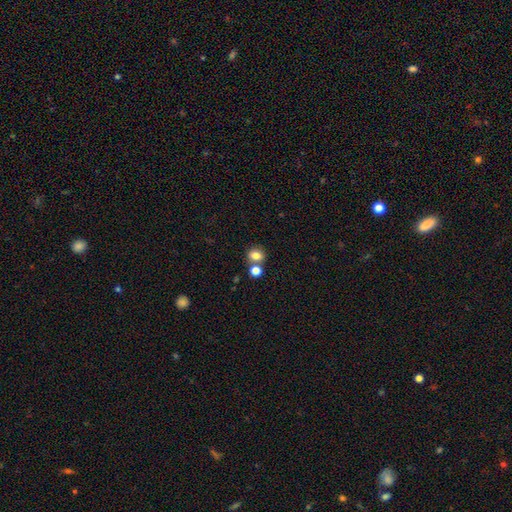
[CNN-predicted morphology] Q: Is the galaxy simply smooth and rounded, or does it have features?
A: smooth — 80%.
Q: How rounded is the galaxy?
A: round — 58%.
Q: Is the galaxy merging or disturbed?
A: none — 60%.